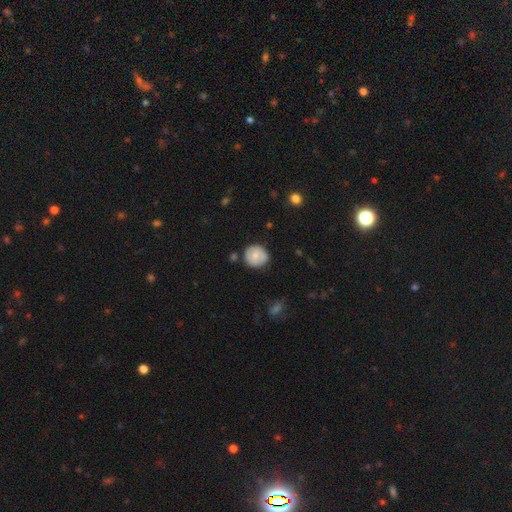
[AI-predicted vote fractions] Smooth or featured?
  - smooth: 69% *
  - featured or disk: 24%
  - star or artifact: 7%
How rounded?
  - round: 89% *
  - in between: 10%
  - cigar-shaped: 1%
Merging?
  - none: 77% *
  - minor disturbance: 17%
  - major disturbance: 3%
  - merger: 3%